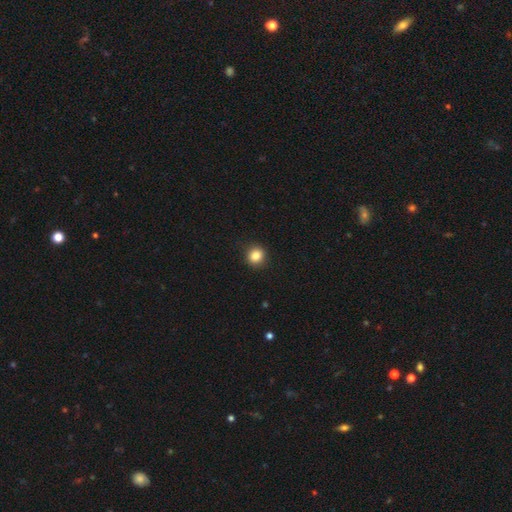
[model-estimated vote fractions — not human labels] Smooth or featured? smooth (85%)
How rounded? round (85%)
Merging? none (90%)